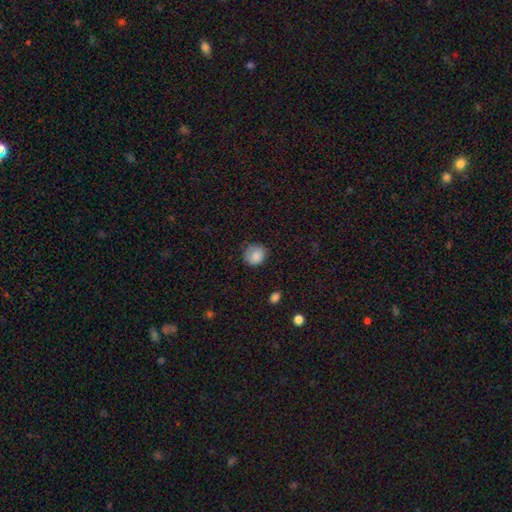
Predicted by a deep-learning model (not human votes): A smooth galaxy with no disk features (86%) that is round (83%).

Vote fractions:
- Smooth or featured? smooth: 86% / star or artifact: 8% / featured or disk: 6%
- How rounded? round: 83% / in between: 16% / cigar-shaped: 1%
- Merging? none: 71% / minor disturbance: 22% / major disturbance: 5% / merger: 1%